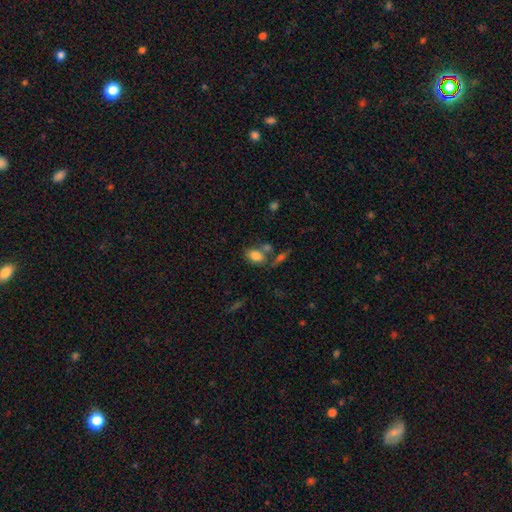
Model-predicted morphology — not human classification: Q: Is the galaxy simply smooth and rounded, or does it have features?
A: smooth — 81%.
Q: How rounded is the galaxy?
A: in between — 82%.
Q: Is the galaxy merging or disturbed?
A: none — 55%.